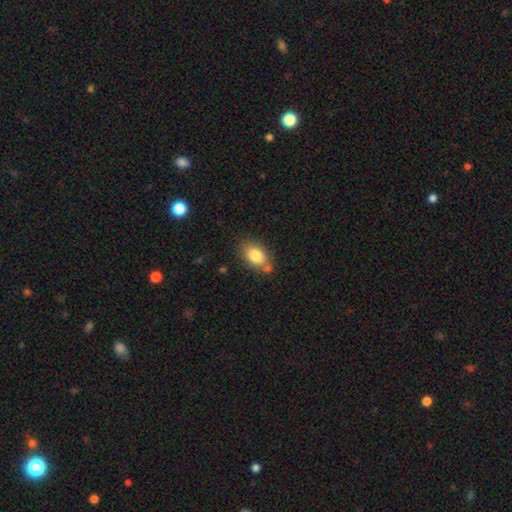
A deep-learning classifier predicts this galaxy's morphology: Smooth or featured?
  - smooth: 82% *
  - featured or disk: 10%
  - star or artifact: 8%
How rounded?
  - in between: 86% *
  - round: 13%
  - cigar-shaped: 2%
Merging?
  - none: 70% *
  - minor disturbance: 16%
  - merger: 10%
  - major disturbance: 4%